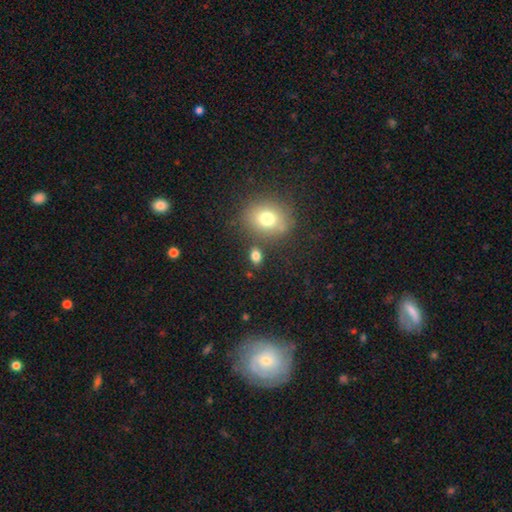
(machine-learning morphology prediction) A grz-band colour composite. It shows a smooth galaxy with no disk features (80%) that is in between round and cigar-shaped (69%). Merging: none (76%).